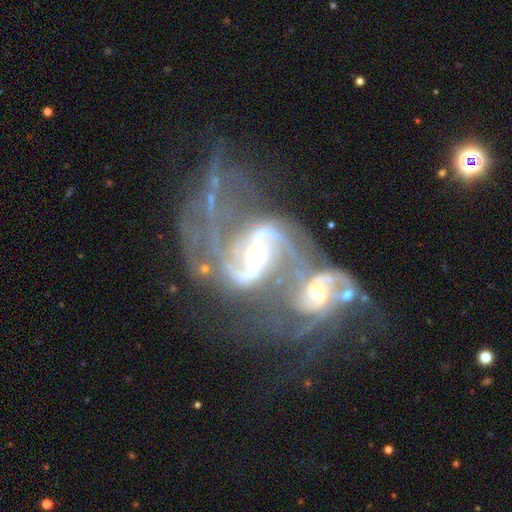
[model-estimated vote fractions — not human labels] This is clearly a featured or disk galaxy (91%). It is clearly not viewed edge-on (98%). Bar: marginally weak (36%). Spiral arm pattern: clearly yes (97%). Spiral arm count: likely 2 (74%). Spiral winding: possibly medium (47%). Central bulge: possibly small (52%). Merging: likely merger (77%).